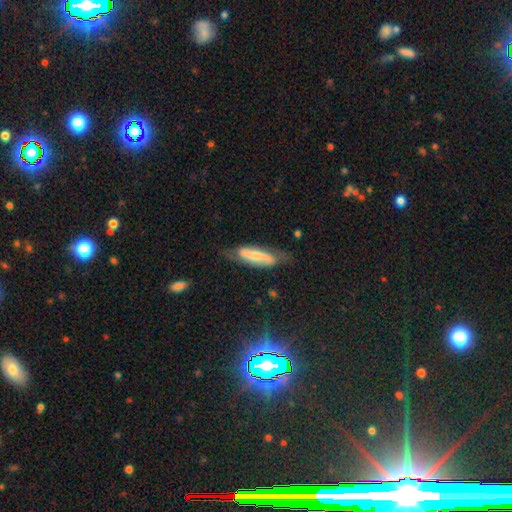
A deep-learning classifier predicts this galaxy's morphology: A featured or disk galaxy (67%) with a strong bar (45%), spiral arms (88%) and a small central bulge (48%).

Vote fractions:
- Smooth or featured? featured or disk: 67% / smooth: 27% / star or artifact: 6%
- Edge-on disk? no: 80% / yes: 20%
- Bar? strong: 45% / weak: 29% / no: 26%
- Spiral arms? yes: 88% / no: 12%
- Bulge size? small: 48% / moderate: 41% / large: 5% / none: 5% / dominant: 2%
- Merging? none: 65% / minor disturbance: 24% / major disturbance: 9% / merger: 2%